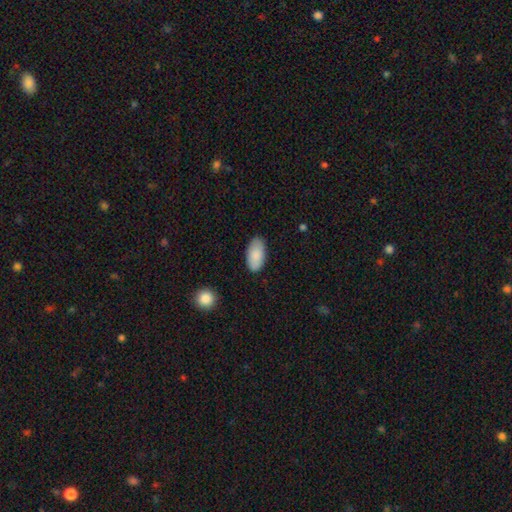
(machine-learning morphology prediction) Smooth or featured? smooth (87%)
How rounded? in between (95%)
Merging? none (83%)